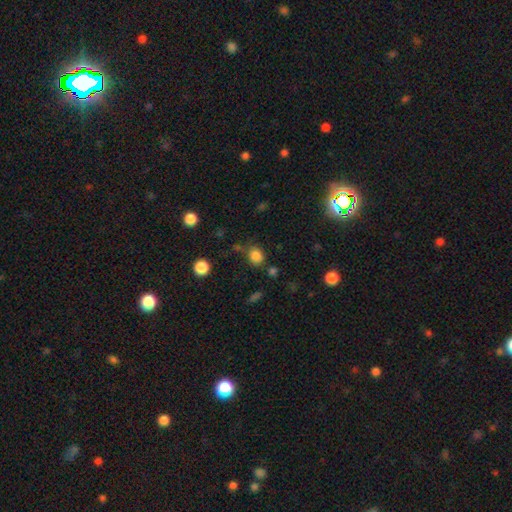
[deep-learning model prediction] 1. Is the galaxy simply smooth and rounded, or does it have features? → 82% smooth, 13% star or artifact, 5% featured or disk.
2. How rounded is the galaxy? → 60% round, 39% in between, 1% cigar-shaped.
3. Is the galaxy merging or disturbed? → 74% none, 15% minor disturbance, 7% merger, 5% major disturbance.